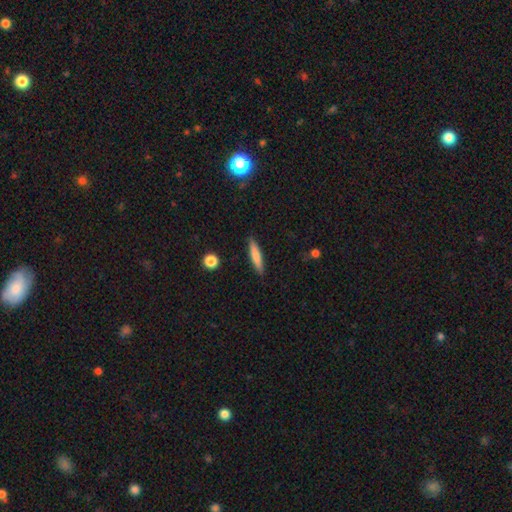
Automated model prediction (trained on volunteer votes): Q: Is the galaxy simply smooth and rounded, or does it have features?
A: smooth — 76%.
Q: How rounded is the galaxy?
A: cigar-shaped — 88%.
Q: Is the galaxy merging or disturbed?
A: none — 89%.